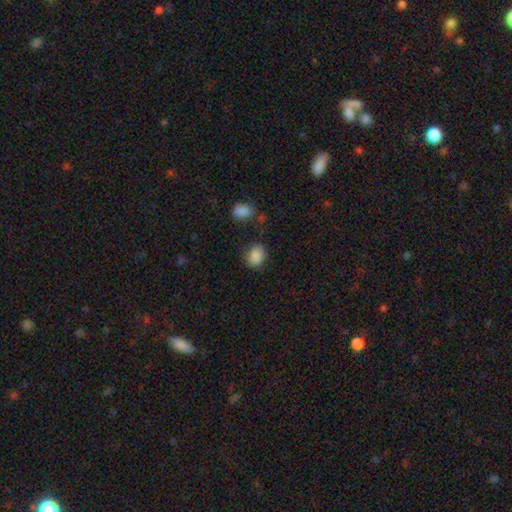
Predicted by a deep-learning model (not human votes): Smooth or featured?
  - smooth: 87% *
  - star or artifact: 9%
  - featured or disk: 4%
How rounded?
  - in between: 59% *
  - round: 40%
  - cigar-shaped: 1%
Merging?
  - none: 73% *
  - minor disturbance: 18%
  - major disturbance: 5%
  - merger: 4%